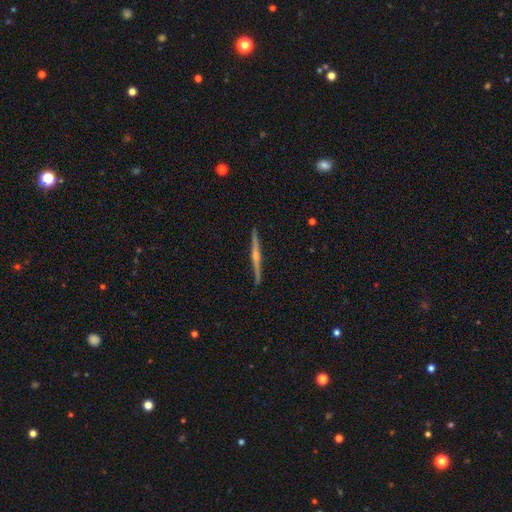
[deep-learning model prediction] This is likely a featured or disk galaxy (80%). It is clearly viewed edge-on (99%). Edge-on bulge: likely rounded (78%). Merging: clearly none (92%).